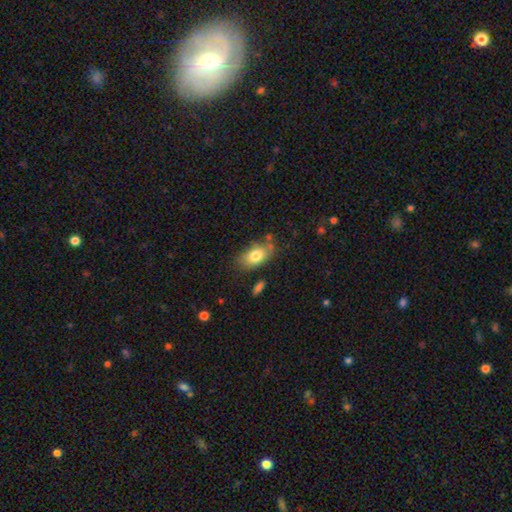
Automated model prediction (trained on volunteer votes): The model was most divided on "merging": none: 68%, minor disturbance: 20%, merger: 6%, major disturbance: 5%. More confident: how rounded — in between (89%); smooth or featured — smooth (78%).